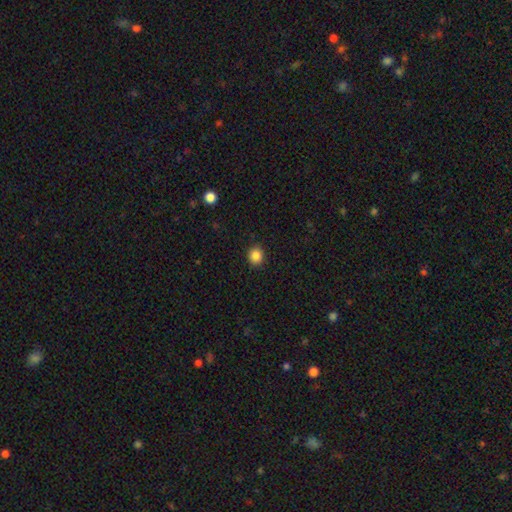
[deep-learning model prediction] Smooth or featured: smooth — 86% (star or artifact — 10%)
How rounded: round — 81% (in between — 18%)
Merging: none — 91% (minor disturbance — 6%)